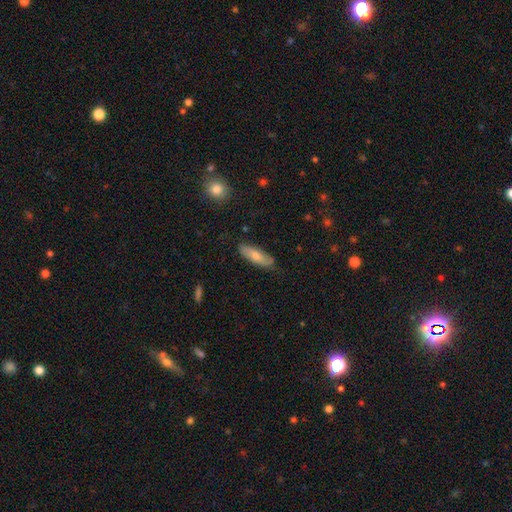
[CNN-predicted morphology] Smooth or featured? Predicted: smooth (p=0.70). How rounded? Predicted: in between (p=0.52). Merging? Predicted: none (p=0.80).